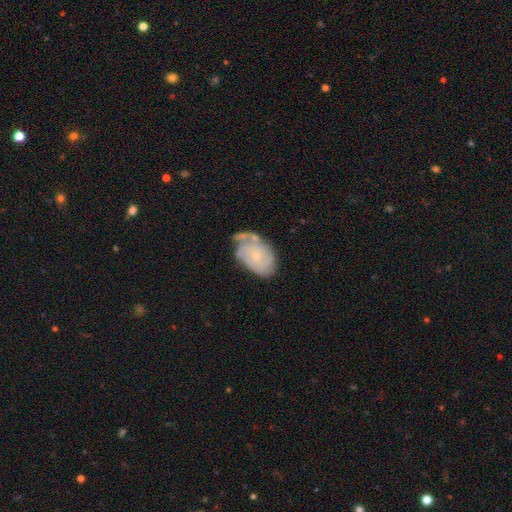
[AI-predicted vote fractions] The model was most divided on "spiral arm count": can't tell: 39%, 2: 27%, 3: 13%, 1: 13%, 4: 5%, more than 4: 3%. Remaining: edge-on disk — no (97%); spiral arms — yes (86%); bar — no (77%); bulge size — small (71%); smooth or featured — featured or disk (67%); spiral winding — tight (59%); merging — none (42%).